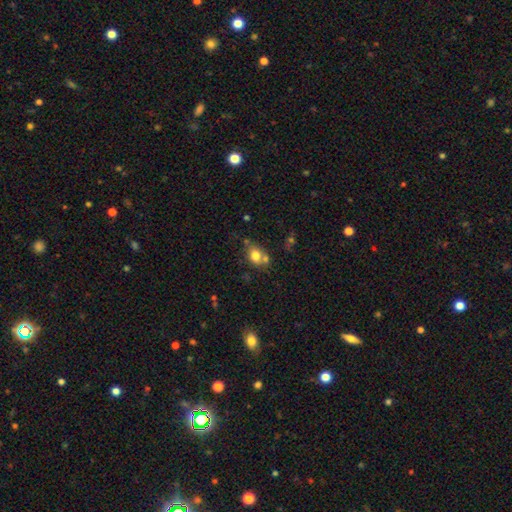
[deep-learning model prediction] A smooth galaxy with no disk features (76%) that is in between round and cigar-shaped (54%). Merging: none (50%).